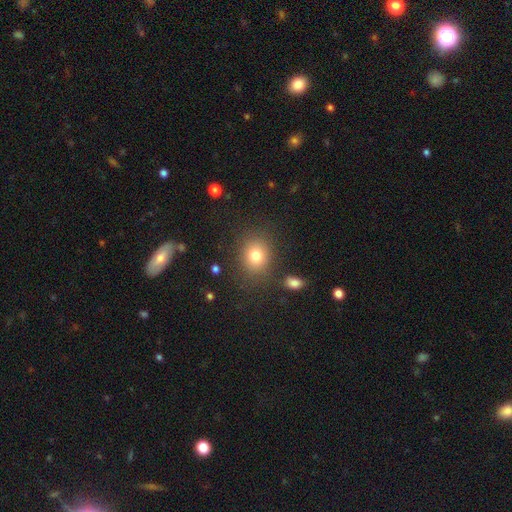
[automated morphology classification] The model was most divided on "how rounded": round: 63%, in between: 36%, cigar-shaped: 1%. More confident: merging — none (82%); smooth or featured — smooth (79%).